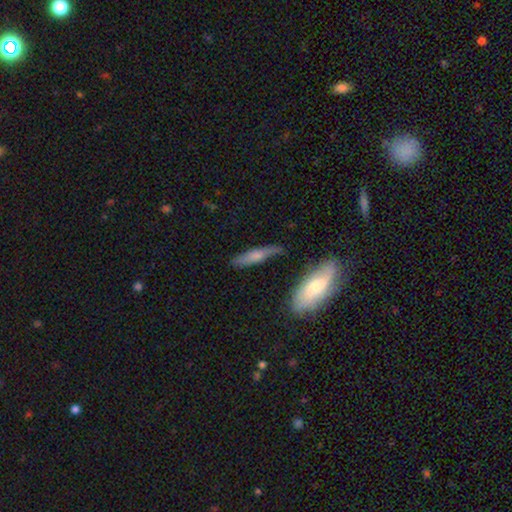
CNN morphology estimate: The model was most divided on "smooth or featured": smooth: 56%, featured or disk: 37%, star or artifact: 7%. More confident: how rounded — cigar-shaped (79%); merging — none (70%).